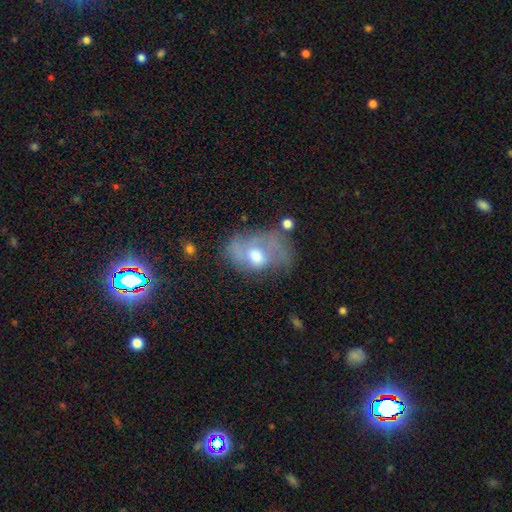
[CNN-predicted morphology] A featured or disk galaxy (49%). Merging: major disturbance (44%).